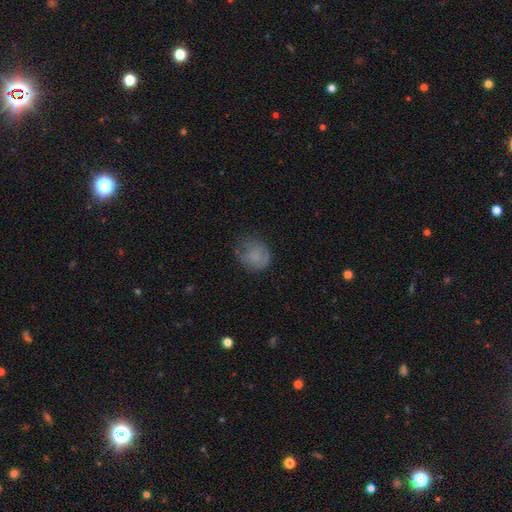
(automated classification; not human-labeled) smooth_or_featured: smooth (p=0.68) [alt: featured or disk p=0.22]
how_rounded: round (p=0.68) [alt: in between p=0.31]
merging: none (p=0.51) [alt: minor disturbance p=0.29]